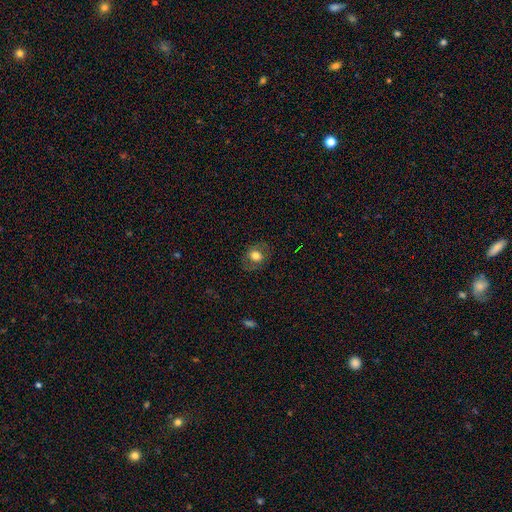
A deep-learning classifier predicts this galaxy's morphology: Q: Smooth or featured?
A: smooth (69%); runner-up: featured or disk (20%)
Q: How rounded?
A: round (58%); runner-up: in between (41%)
Q: Merging?
A: none (80%); runner-up: minor disturbance (13%)